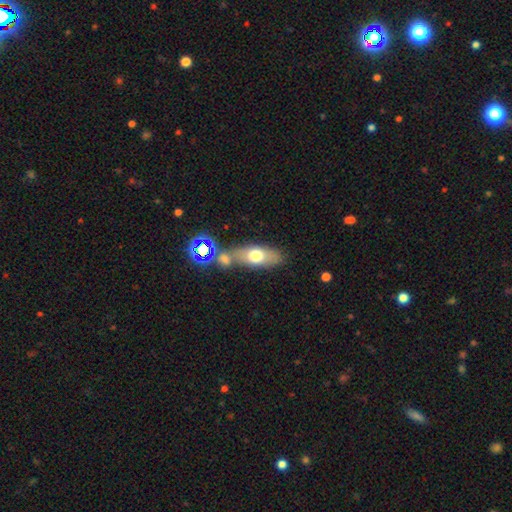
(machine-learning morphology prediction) Q: Smooth or featured?
A: smooth (61%); runner-up: featured or disk (29%)
Q: How rounded?
A: in between (70%); runner-up: cigar-shaped (21%)
Q: Merging?
A: none (55%); runner-up: merger (28%)